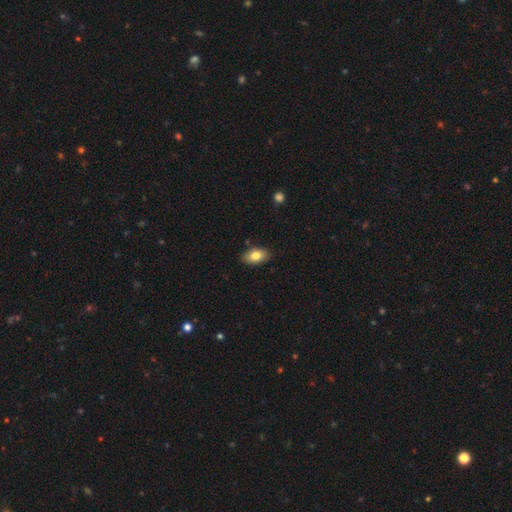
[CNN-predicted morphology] A smooth galaxy with no disk features (81%) that is in between round and cigar-shaped (91%). Merging: none (86%).